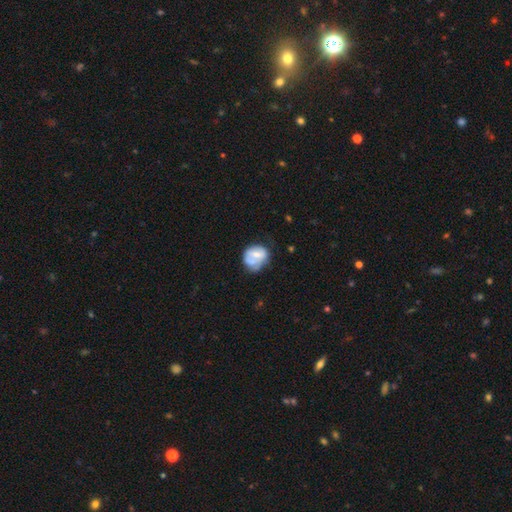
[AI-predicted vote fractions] This is possibly a smooth galaxy (51%). How rounded: likely round (61%). Merging: marginally none (38%).